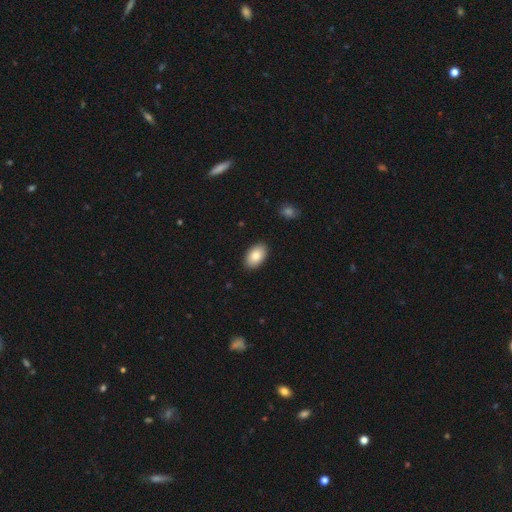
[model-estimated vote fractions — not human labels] Smooth or featured? smooth (84%)
How rounded? in between (94%)
Merging? none (89%)